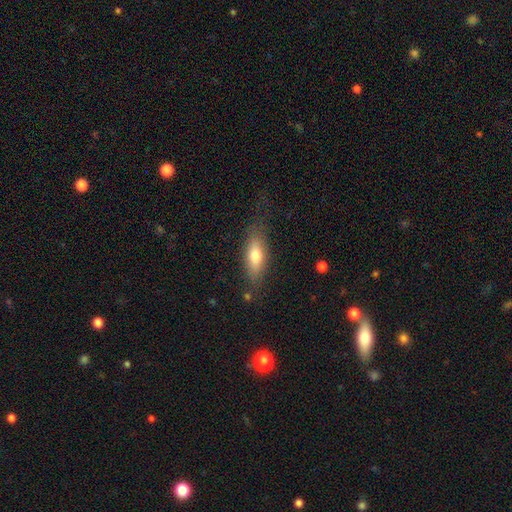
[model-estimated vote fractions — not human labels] Smooth or featured: smooth — 69% (featured or disk — 23%)
How rounded: in between — 70% (cigar-shaped — 26%)
Merging: none — 75% (minor disturbance — 16%)